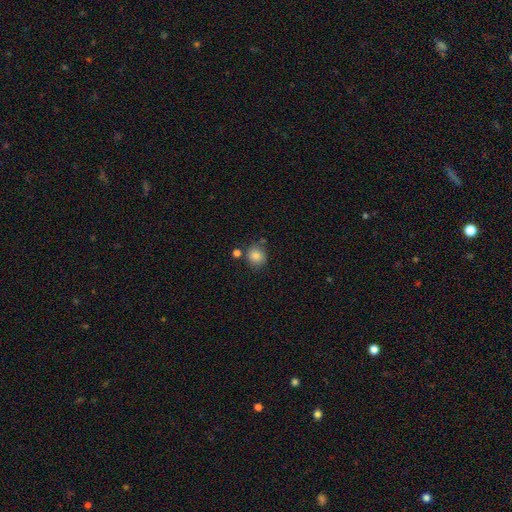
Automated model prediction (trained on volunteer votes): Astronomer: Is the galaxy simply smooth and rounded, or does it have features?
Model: smooth — 85%.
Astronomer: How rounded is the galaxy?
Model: round — 81%.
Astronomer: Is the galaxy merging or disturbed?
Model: none — 72%.